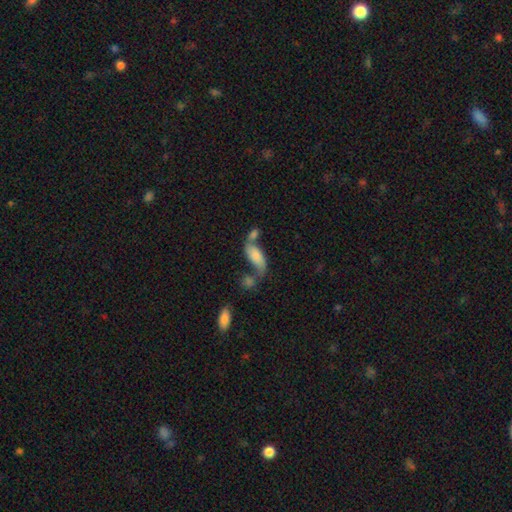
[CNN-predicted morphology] smooth 67%, featured or disk 24%, star or artifact 8%. Down the decision tree: how rounded — in between (81%); merging — merger (37%).